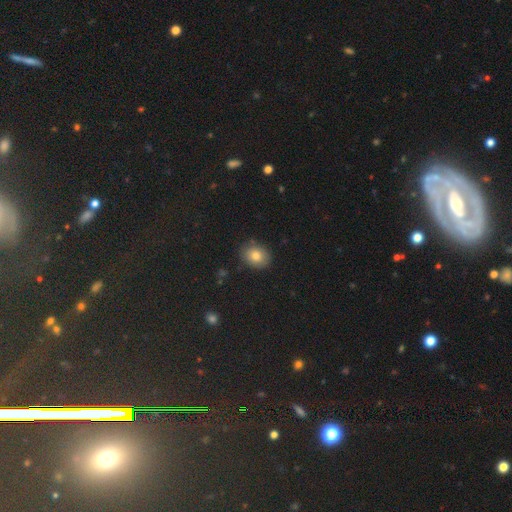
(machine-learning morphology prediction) Smooth or featured? smooth (81%)
How rounded? in between (51%)
Merging? none (85%)